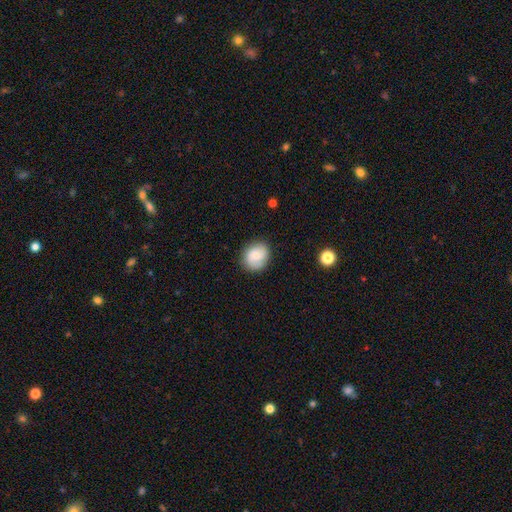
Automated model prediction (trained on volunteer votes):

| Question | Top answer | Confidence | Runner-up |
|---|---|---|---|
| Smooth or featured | smooth | 73% | featured or disk (19%) |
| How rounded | round | 62% | in between (37%) |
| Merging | none | 82% | minor disturbance (14%) |